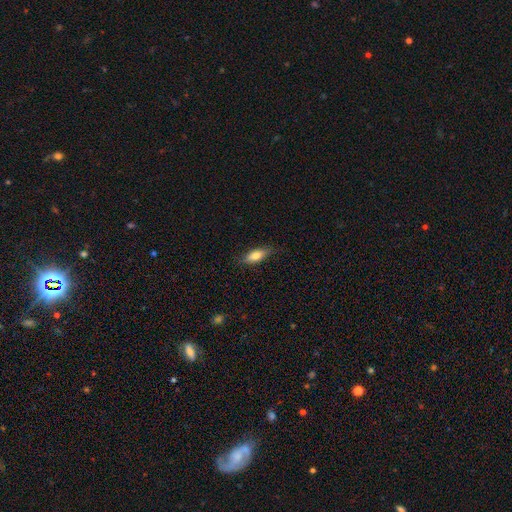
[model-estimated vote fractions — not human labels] This appears to be a smooth galaxy with no disk features (74%) that is in between round and cigar-shaped (66%). Merging: none (82%).